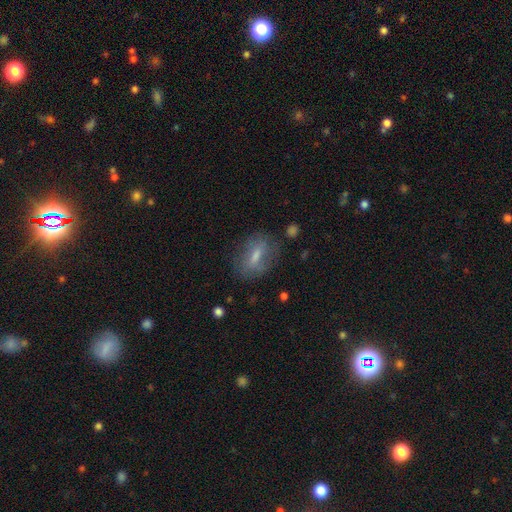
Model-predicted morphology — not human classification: Smooth or featured: smooth — 58% (featured or disk — 33%)
How rounded: in between — 71% (cigar-shaped — 17%)
Merging: none — 71% (minor disturbance — 18%)